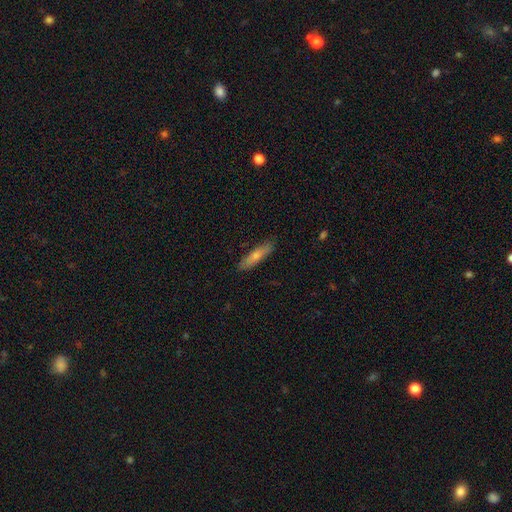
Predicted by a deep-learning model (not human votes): smooth-or-featured: smooth: 67% | featured or disk: 27% | star or artifact: 6%
  how-rounded: cigar-shaped: 73% | in between: 25% | round: 2%
  merging: none: 86% | minor disturbance: 11% | major disturbance: 2% | merger: 1%